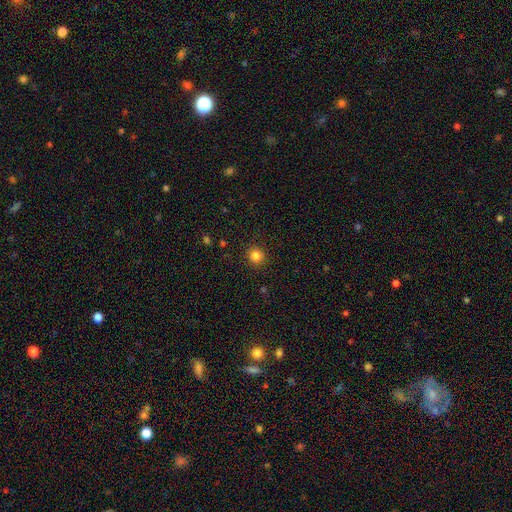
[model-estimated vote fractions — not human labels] Smooth or featured? smooth (83%)
How rounded? round (93%)
Merging? none (91%)